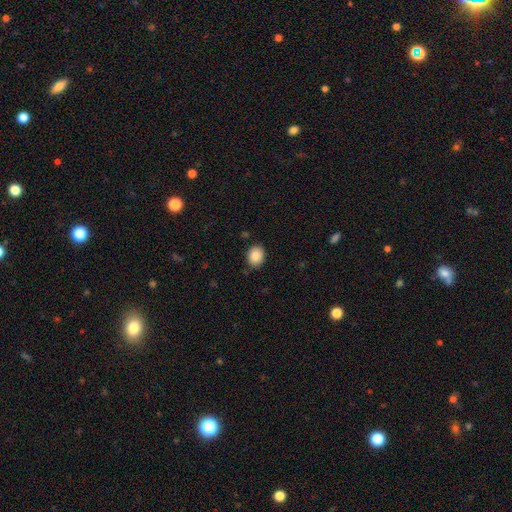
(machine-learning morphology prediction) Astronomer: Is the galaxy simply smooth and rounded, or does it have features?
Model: smooth — 87%.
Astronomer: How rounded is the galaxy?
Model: round — 57% (runner-up: in between, 42%).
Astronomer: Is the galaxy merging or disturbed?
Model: none — 87%.